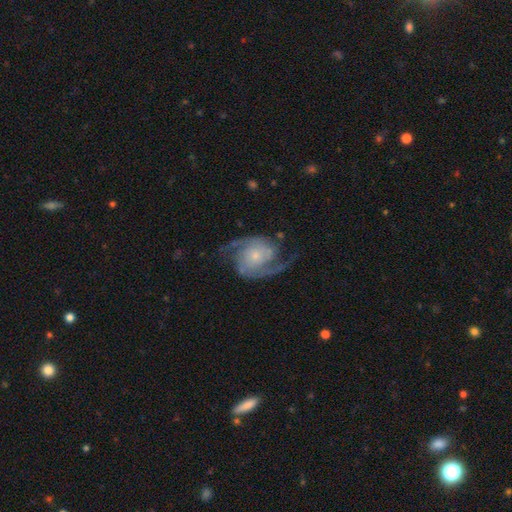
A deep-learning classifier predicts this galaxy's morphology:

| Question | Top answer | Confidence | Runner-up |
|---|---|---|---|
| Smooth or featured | featured or disk | 90% | smooth (5%) |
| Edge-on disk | no | 98% | yes (2%) |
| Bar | no | 68% | weak (25%) |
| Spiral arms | yes | 98% | no (2%) |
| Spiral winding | medium | 53% | loose (28%) |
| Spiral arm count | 2 | 93% | can't tell (2%) |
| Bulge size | small | 57% | moderate (29%) |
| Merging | none | 74% | minor disturbance (15%) |